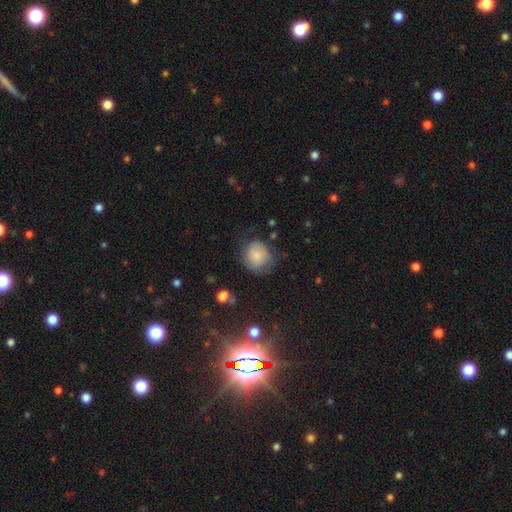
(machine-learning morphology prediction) A smooth galaxy with no disk features (77%) that is round (77%).

Vote fractions:
- Smooth or featured? smooth: 77% / featured or disk: 14% / star or artifact: 8%
- How rounded? round: 77% / in between: 22% / cigar-shaped: 1%
- Merging? none: 63% / minor disturbance: 25% / major disturbance: 10% / merger: 2%